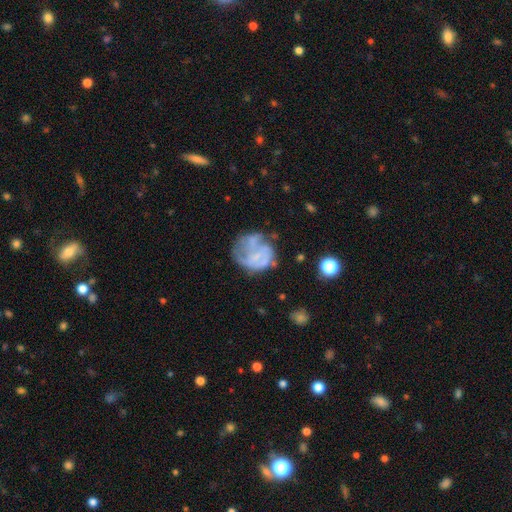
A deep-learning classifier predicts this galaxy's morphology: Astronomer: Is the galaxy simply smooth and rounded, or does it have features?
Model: featured or disk — 59%.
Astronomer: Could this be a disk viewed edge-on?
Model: no — 98%.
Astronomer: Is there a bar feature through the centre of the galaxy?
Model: no — 74%.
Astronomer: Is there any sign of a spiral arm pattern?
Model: no — 55% (runner-up: yes, 45%).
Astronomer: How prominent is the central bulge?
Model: none — 62%.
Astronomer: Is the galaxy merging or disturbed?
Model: none — 41% (runner-up: major disturbance, 30%).